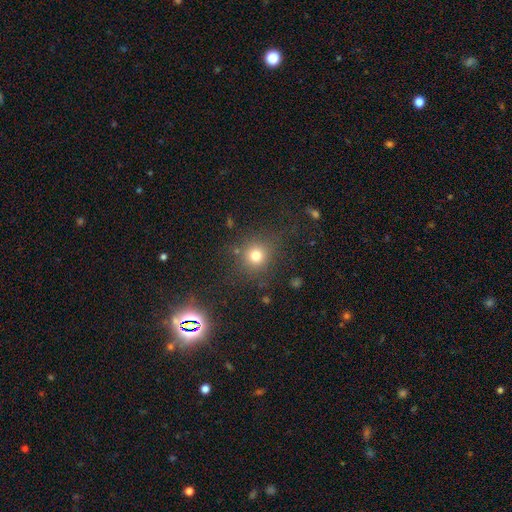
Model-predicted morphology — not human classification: smooth_or_featured: smooth (p=0.76) [alt: star or artifact p=0.17]
how_rounded: round (p=0.88) [alt: in between p=0.11]
merging: none (p=0.80) [alt: minor disturbance p=0.11]